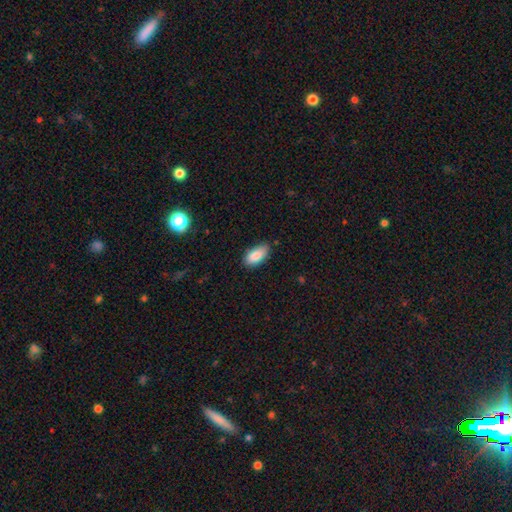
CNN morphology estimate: Smooth or featured? Predicted: smooth (p=0.86). How rounded? Predicted: in between (p=0.91). Merging? Predicted: none (p=0.78).